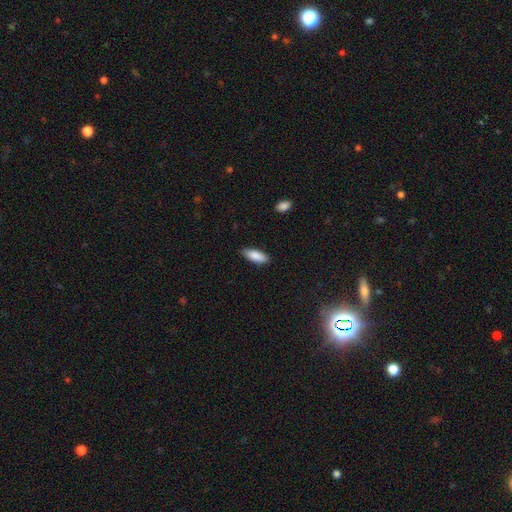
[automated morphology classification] smooth_or_featured: smooth (p=0.87) [alt: featured or disk p=0.08]
how_rounded: in between (p=0.72) [alt: cigar-shaped p=0.27]
merging: none (p=0.85) [alt: minor disturbance p=0.12]